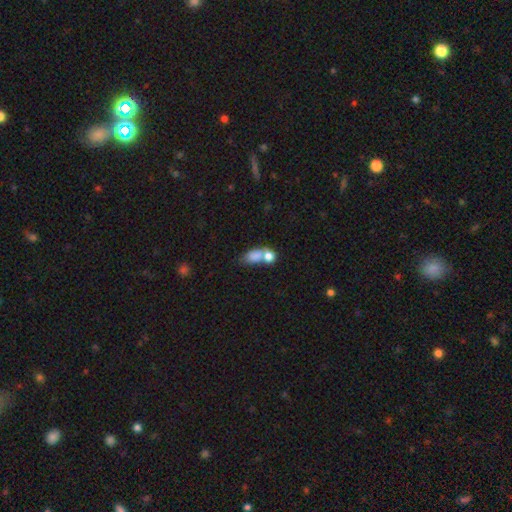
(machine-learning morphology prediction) A smooth galaxy with no disk features (78%) that is in between round and cigar-shaped (74%). Merging: merger (53%).